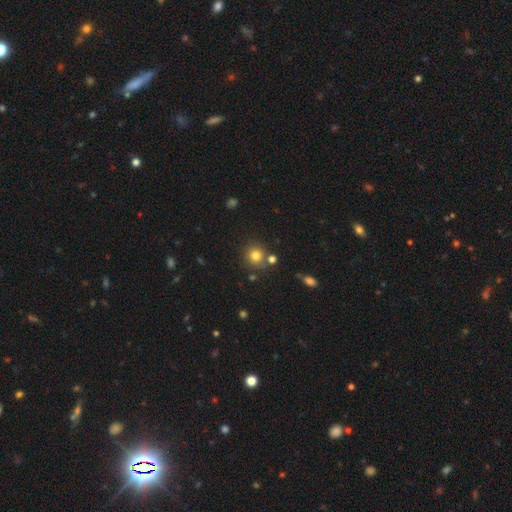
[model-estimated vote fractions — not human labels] This appears to be a smooth galaxy with no disk features (78%) that is round (91%). Merging: none (78%).